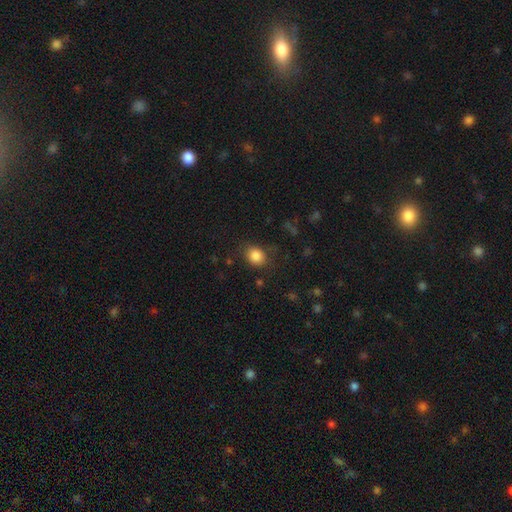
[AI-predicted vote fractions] Smooth or featured: smooth — 85% (star or artifact — 10%)
How rounded: round — 66% (in between — 33%)
Merging: none — 80% (minor disturbance — 14%)